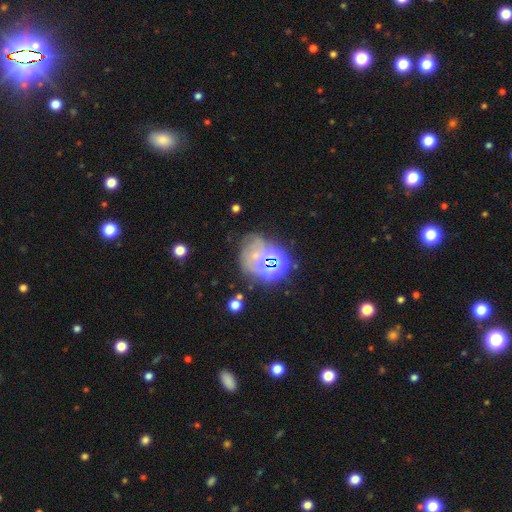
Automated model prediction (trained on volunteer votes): star or artifact 52%, featured or disk 25%, smooth 24%.